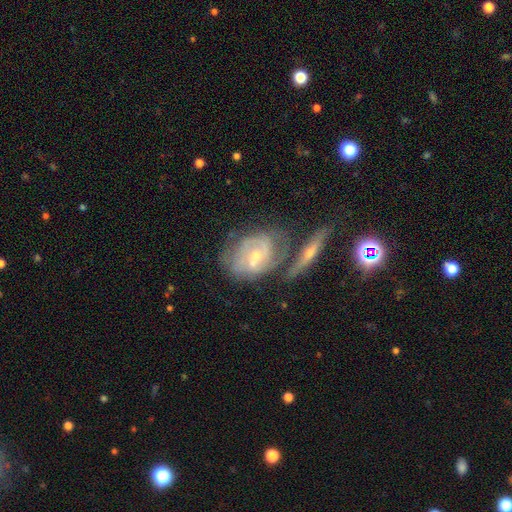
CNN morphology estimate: This appears to be a featured or disk galaxy (77%) with a weak bar (43%), 2 (41%) tight (56%) spiral arms (87%) and a small central bulge (61%). Merging: none (48%).